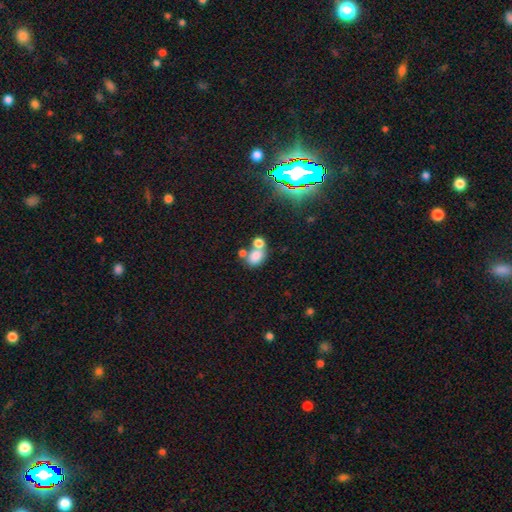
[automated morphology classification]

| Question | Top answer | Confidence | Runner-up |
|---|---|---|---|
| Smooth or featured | smooth | 74% | star or artifact (13%) |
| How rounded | in between | 61% | round (37%) |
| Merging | merger | 49% | none (35%) |